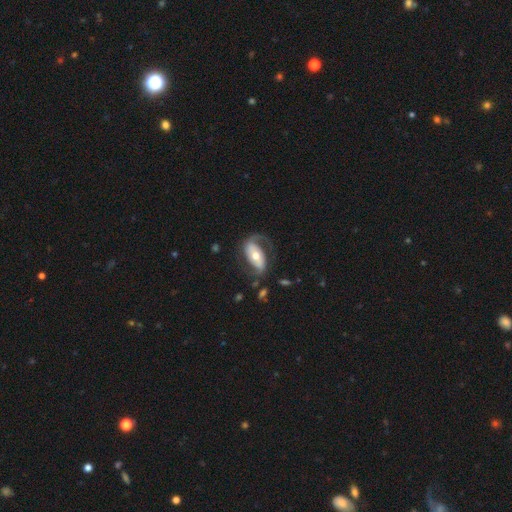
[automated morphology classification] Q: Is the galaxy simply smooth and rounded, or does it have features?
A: featured or disk — 78%.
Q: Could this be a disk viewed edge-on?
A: no — 95%.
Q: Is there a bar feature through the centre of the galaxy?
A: no — 37%.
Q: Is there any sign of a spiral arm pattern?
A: yes — 90%.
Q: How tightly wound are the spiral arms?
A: loose — 42%.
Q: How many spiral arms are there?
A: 2 — 82%.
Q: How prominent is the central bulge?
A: moderate — 67%.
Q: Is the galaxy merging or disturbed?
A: none — 63%.